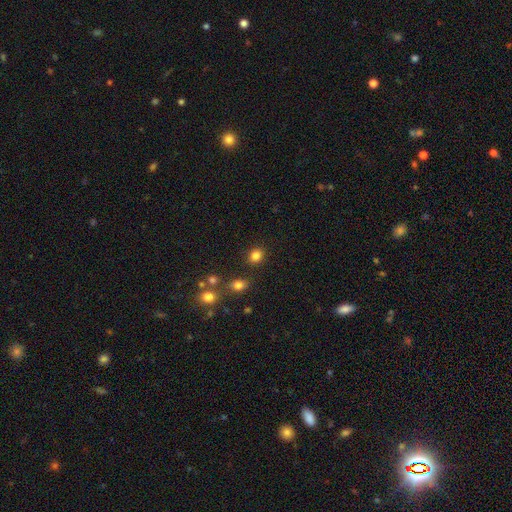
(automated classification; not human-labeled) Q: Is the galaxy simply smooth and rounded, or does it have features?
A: smooth — 83%.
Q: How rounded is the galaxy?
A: round — 69%.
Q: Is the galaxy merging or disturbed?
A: none — 84%.